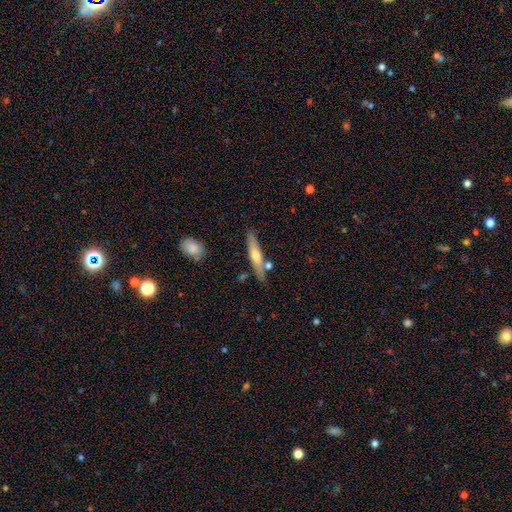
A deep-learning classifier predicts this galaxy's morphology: The model was most divided on "smooth or featured": smooth: 51%, featured or disk: 43%, star or artifact: 6%. More confident: how rounded — cigar-shaped (86%); merging — none (77%).